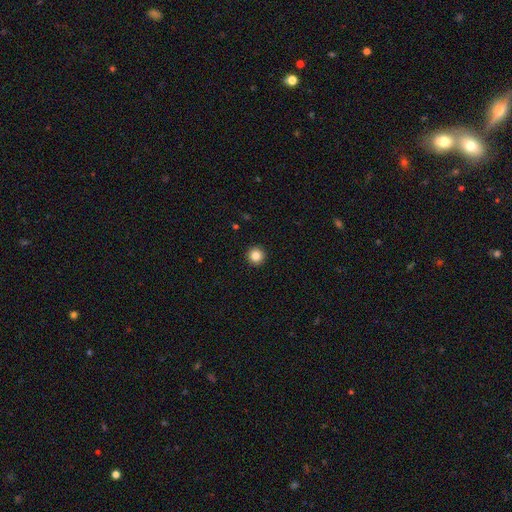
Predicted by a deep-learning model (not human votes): Smooth or featured?
  - smooth: 84% *
  - star or artifact: 11%
  - featured or disk: 5%
How rounded?
  - round: 96% *
  - in between: 3%
  - cigar-shaped: 1%
Merging?
  - none: 94% *
  - minor disturbance: 4%
  - major disturbance: 1%
  - merger: 1%